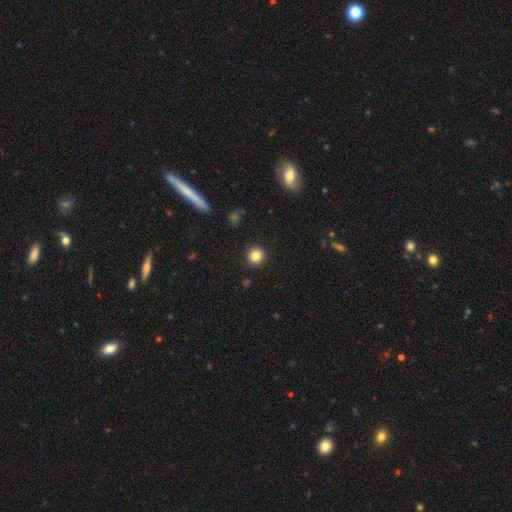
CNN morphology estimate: Smooth or featured? Predicted: smooth (p=0.84). How rounded? Predicted: round (p=0.93). Merging? Predicted: none (p=0.92).